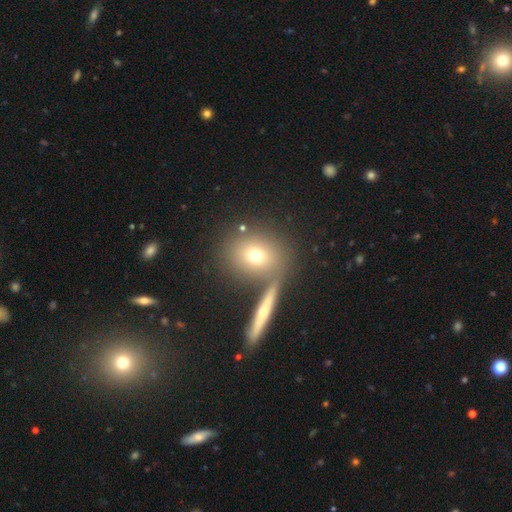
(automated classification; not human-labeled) Smooth or featured: smooth — 70% (featured or disk — 18%)
How rounded: round — 71% (in between — 26%)
Merging: none — 69% (merger — 17%)